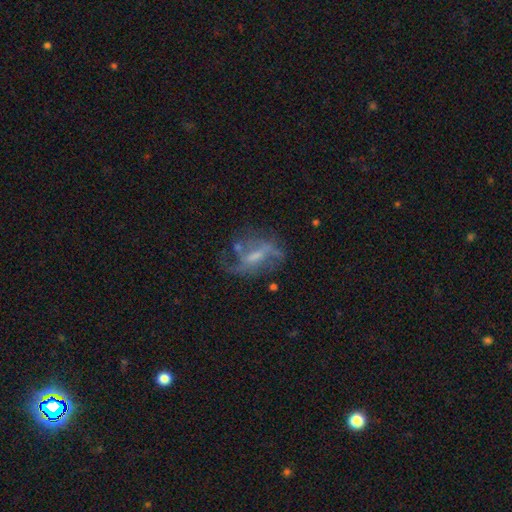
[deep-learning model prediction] Morphology: type=featured or disk (71%); edge-on=no (92%); bar=weak (44%); spiral arms=yes (71%); bulge=small (34%); merging=none (46%).